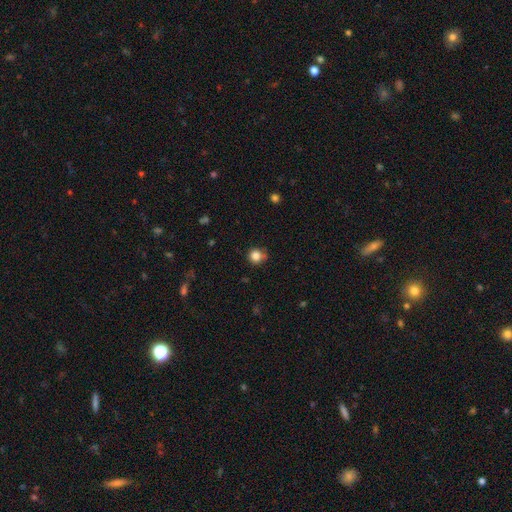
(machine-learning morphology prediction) This is clearly a smooth galaxy (83%). How rounded: clearly round (89%). Merging: likely none (70%).